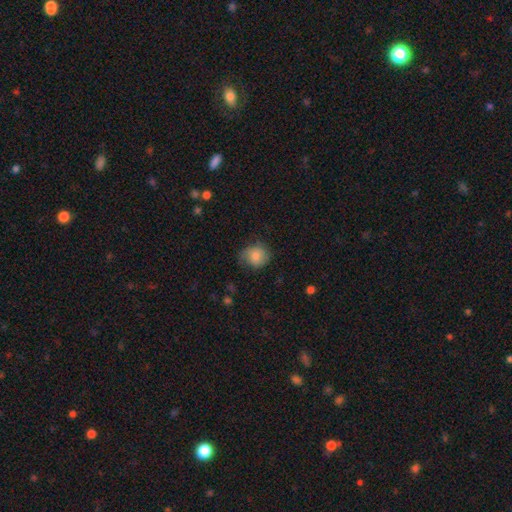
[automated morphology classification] Overall: smooth (81%). How rounded: round (74%). Merging: none (62%; minor disturbance 28%).